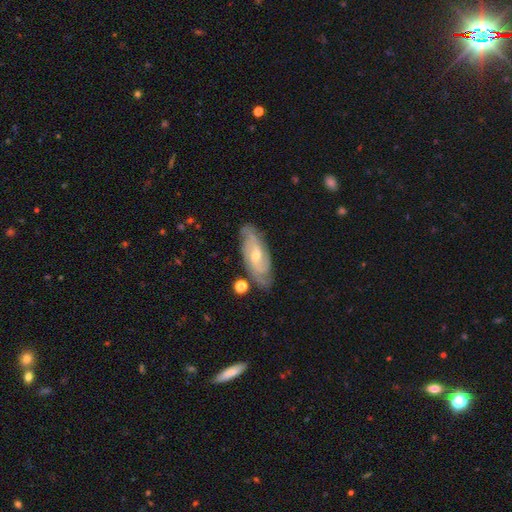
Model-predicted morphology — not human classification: A featured or disk galaxy (80%) with no bar (50%), 2 (34%) tight (48%) spiral arms (95%) and a small central bulge (59%).

Vote fractions:
- Smooth or featured? featured or disk: 80% / smooth: 14% / star or artifact: 6%
- Edge-on disk? no: 89% / yes: 11%
- Bar? no: 50% / weak: 41% / strong: 9%
- Spiral arms? yes: 95% / no: 5%
- Spiral winding? tight: 48% / medium: 40% / loose: 12%
- Spiral arm count? 2: 34% / can't tell: 24% / 3: 23% / 4: 12% / more than 4: 4% / 1: 4%
- Bulge size? small: 59% / moderate: 38% / none: 1% / large: 1% / dominant: 1%
- Merging? none: 79% / minor disturbance: 15% / major disturbance: 3% / merger: 3%